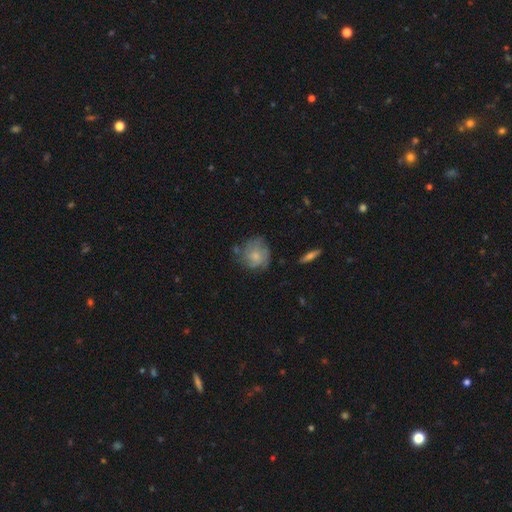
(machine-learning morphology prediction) A smooth galaxy with no disk features (56%) that is round (82%).

Vote fractions:
- Smooth or featured? smooth: 56% / featured or disk: 36% / star or artifact: 8%
- How rounded? round: 82% / in between: 17% / cigar-shaped: 1%
- Merging? none: 60% / minor disturbance: 26% / major disturbance: 11% / merger: 3%